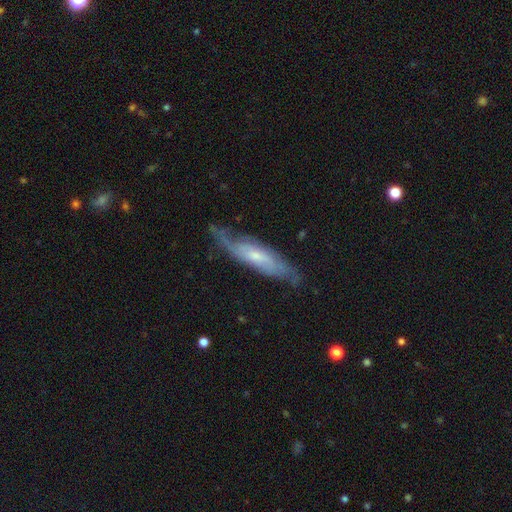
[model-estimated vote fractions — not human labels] Morphology: type=featured or disk (69%); edge-on=no (63%); merging=none (65%).